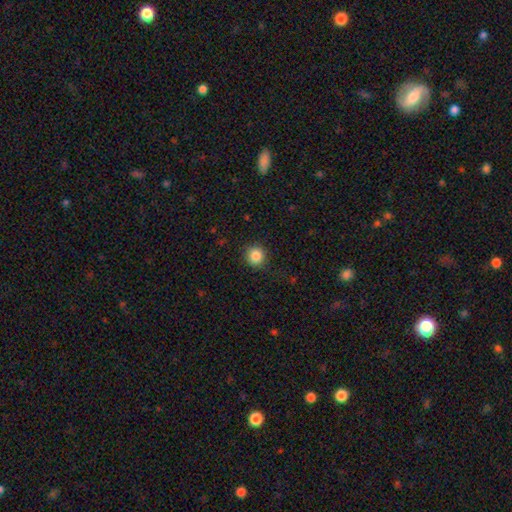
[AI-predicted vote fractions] Smooth or featured?
  - smooth: 86% *
  - star or artifact: 10%
  - featured or disk: 4%
How rounded?
  - round: 93% *
  - in between: 6%
  - cigar-shaped: 1%
Merging?
  - none: 89% *
  - minor disturbance: 8%
  - major disturbance: 3%
  - merger: 1%